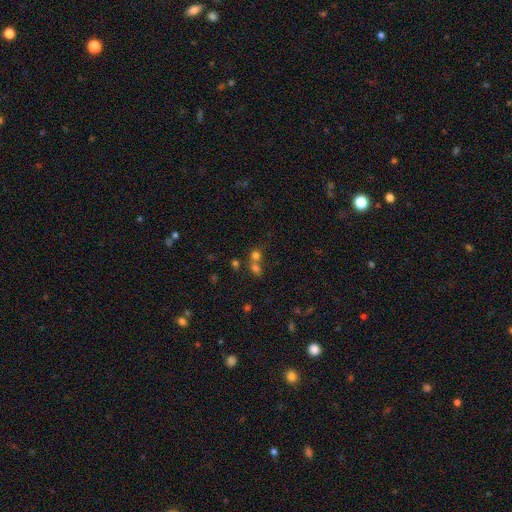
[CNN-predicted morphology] type=smooth (68%); roundness=round (76%); merging=merger (52%).